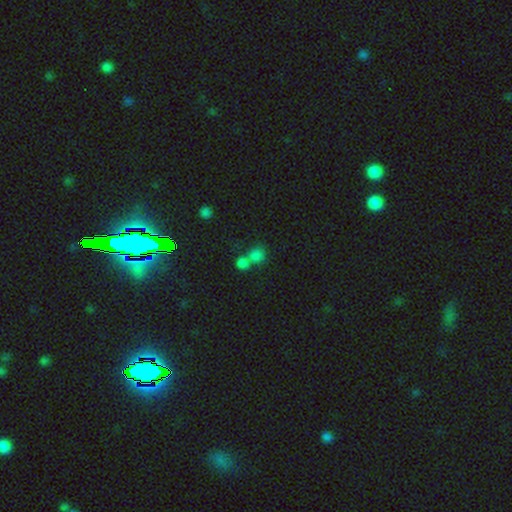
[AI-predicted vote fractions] Smooth or featured? smooth (76%)
How rounded? round (78%)
Merging? merger (56%)